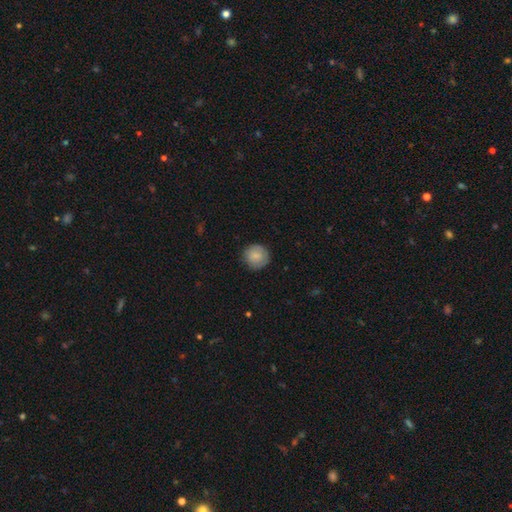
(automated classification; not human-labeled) A smooth galaxy with no disk features (81%) that is round (93%).

Vote fractions:
- Smooth or featured? smooth: 81% / featured or disk: 12% / star or artifact: 7%
- How rounded? round: 93% / in between: 7% / cigar-shaped: 1%
- Merging? none: 84% / minor disturbance: 12% / major disturbance: 3% / merger: 1%